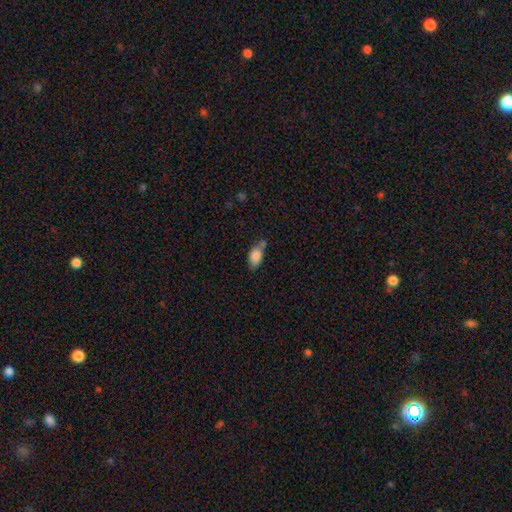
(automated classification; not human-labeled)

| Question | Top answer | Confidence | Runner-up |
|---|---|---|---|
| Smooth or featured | smooth | 85% | star or artifact (8%) |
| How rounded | in between | 89% | round (8%) |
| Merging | none | 42% | merger (29%) |